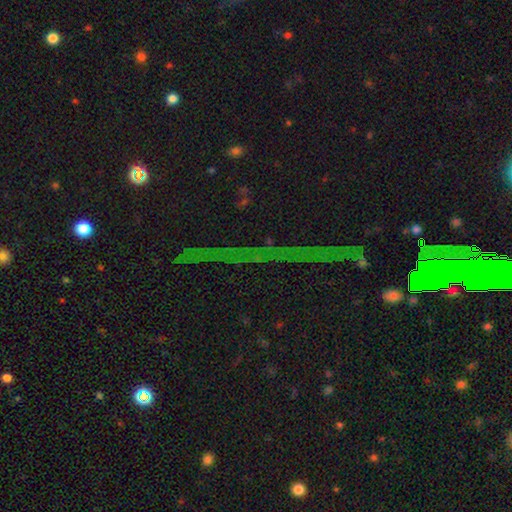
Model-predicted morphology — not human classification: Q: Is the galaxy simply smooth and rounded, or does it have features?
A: star or artifact — 76%.